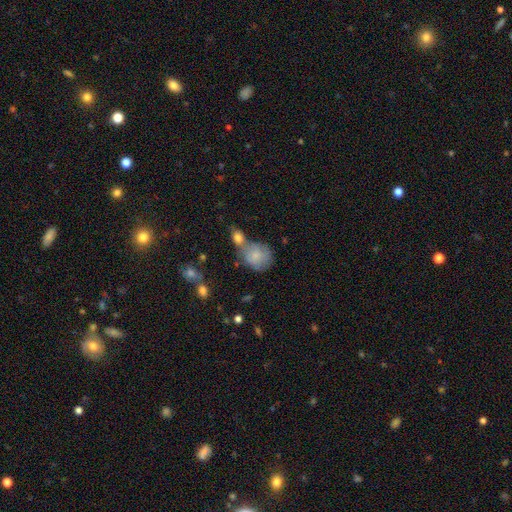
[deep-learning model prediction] Smooth or featured: smooth — 76% (featured or disk — 17%)
How rounded: round — 68% (in between — 30%)
Merging: merger — 40% (none — 34%)